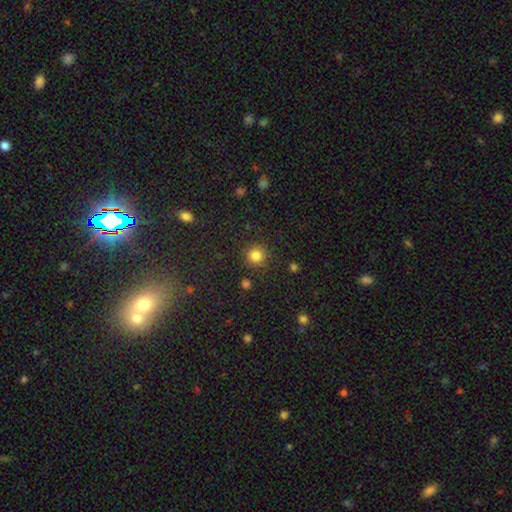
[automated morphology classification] Smooth or featured? Predicted: smooth (p=0.83). How rounded? Predicted: round (p=0.93). Merging? Predicted: none (p=0.88).